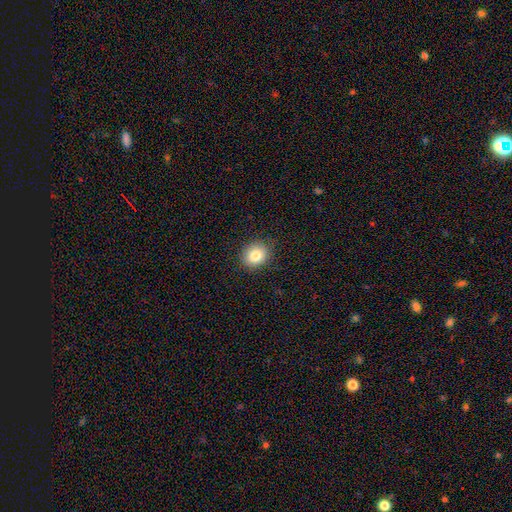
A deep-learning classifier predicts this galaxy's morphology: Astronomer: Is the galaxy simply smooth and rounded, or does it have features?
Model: smooth — 82%.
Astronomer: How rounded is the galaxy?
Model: round — 70%.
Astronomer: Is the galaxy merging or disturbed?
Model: none — 87%.